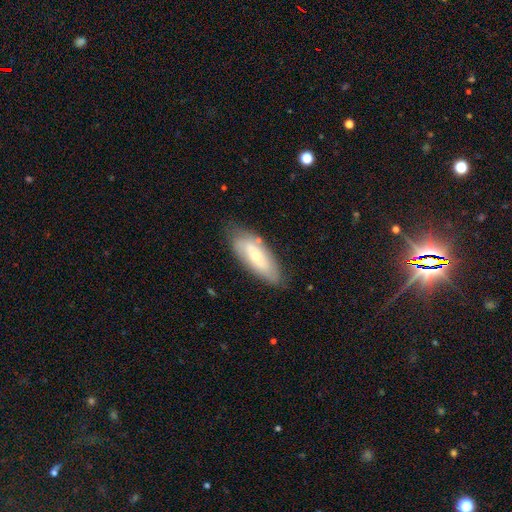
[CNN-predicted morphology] Smooth or featured? featured or disk (49%)
Merging? none (77%)